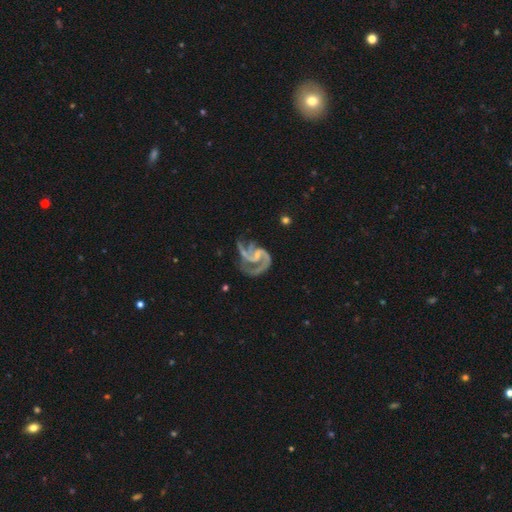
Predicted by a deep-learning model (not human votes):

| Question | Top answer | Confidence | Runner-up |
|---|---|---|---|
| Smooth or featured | featured or disk | 91% | star or artifact (5%) |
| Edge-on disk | no | 98% | yes (2%) |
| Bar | weak | 43% | no (39%) |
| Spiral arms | yes | 97% | no (3%) |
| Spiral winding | medium | 57% | loose (25%) |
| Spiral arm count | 2 | 59% | 3 (25%) |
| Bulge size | small | 61% | none (21%) |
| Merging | none | 45% | major disturbance (28%) |